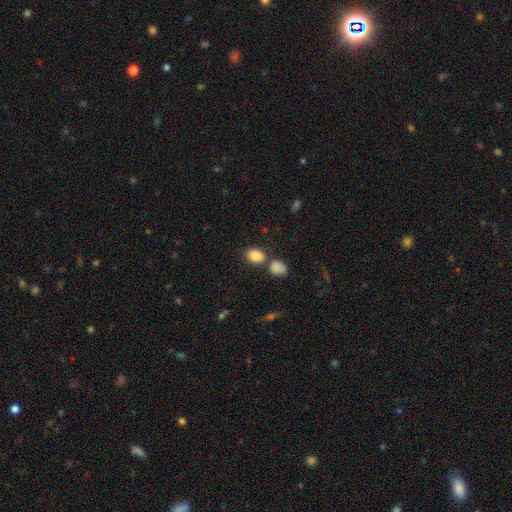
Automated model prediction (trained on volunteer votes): smooth_or_featured: smooth (p=0.86) [alt: star or artifact p=0.09]
how_rounded: in between (p=0.73) [alt: round p=0.25]
merging: none (p=0.60) [alt: merger p=0.25]